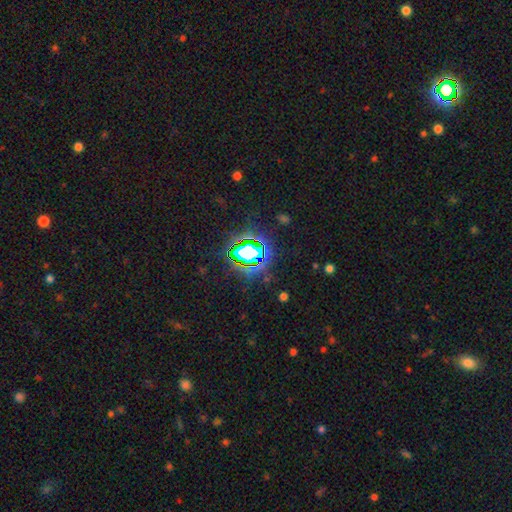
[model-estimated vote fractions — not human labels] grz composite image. It shows a star or artifact, not a galaxy (79%).